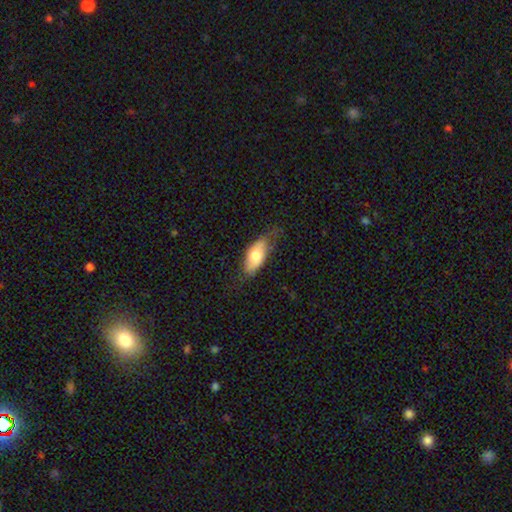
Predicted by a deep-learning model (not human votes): Morphology: type=smooth (66%); roundness=in between (85%); merging=none (57%).